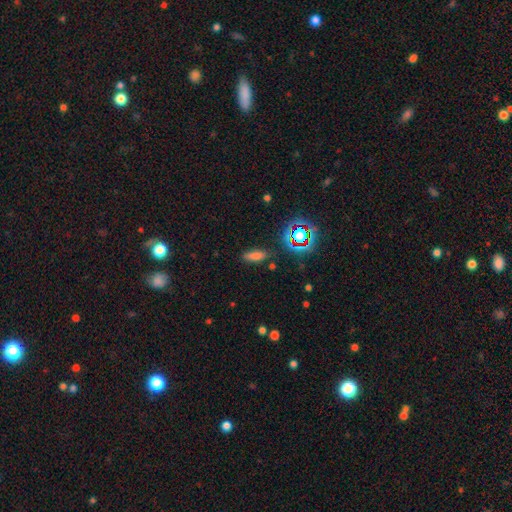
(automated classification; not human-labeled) This is likely a smooth galaxy (72%). How rounded: possibly in between (56%). Merging: clearly none (82%).